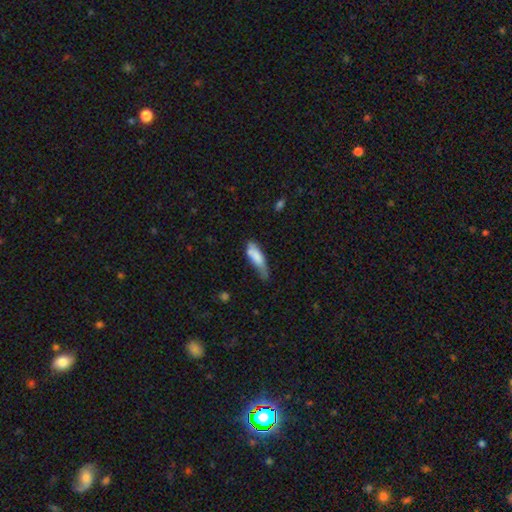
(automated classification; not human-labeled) A smooth galaxy with no disk features (75%) that is cigar-shaped (55%).

Vote fractions:
- Smooth or featured? smooth: 75% / featured or disk: 18% / star or artifact: 7%
- How rounded? cigar-shaped: 55% / in between: 43% / round: 2%
- Merging? minor disturbance: 41% / none: 34% / major disturbance: 17% / merger: 8%